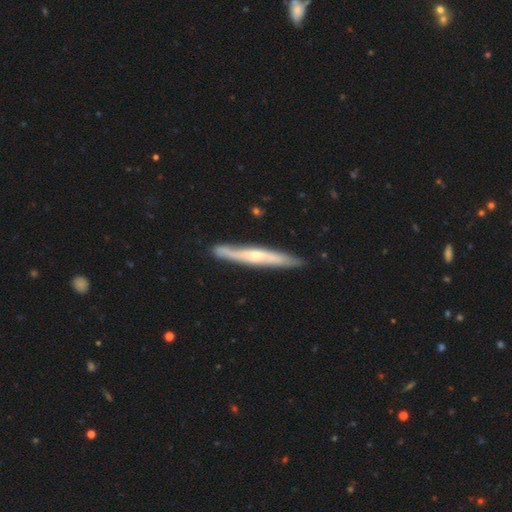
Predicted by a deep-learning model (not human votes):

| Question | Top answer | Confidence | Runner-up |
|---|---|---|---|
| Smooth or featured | featured or disk | 68% | smooth (27%) |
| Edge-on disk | yes | 87% | no (13%) |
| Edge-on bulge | rounded | 65% | none (28%) |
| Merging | none | 85% | minor disturbance (11%) |